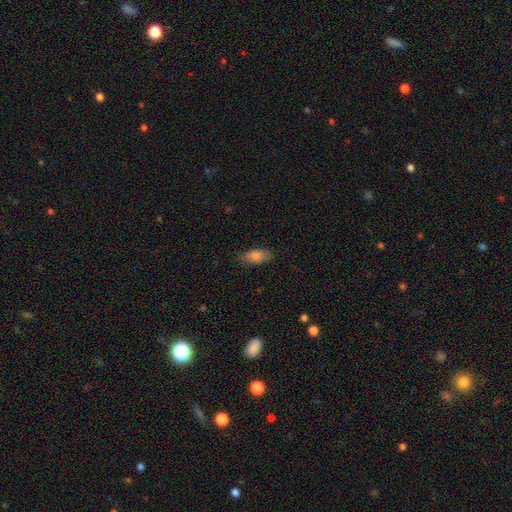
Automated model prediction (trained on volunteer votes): Smooth or featured? smooth (80%)
How rounded? in between (84%)
Merging? none (82%)